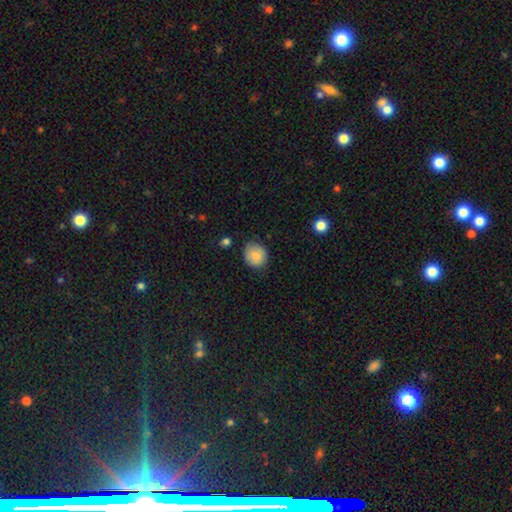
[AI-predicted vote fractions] smooth_or_featured: smooth (p=0.79) [alt: featured or disk p=0.13]
how_rounded: round (p=0.75) [alt: in between p=0.24]
merging: none (p=0.78) [alt: minor disturbance p=0.17]